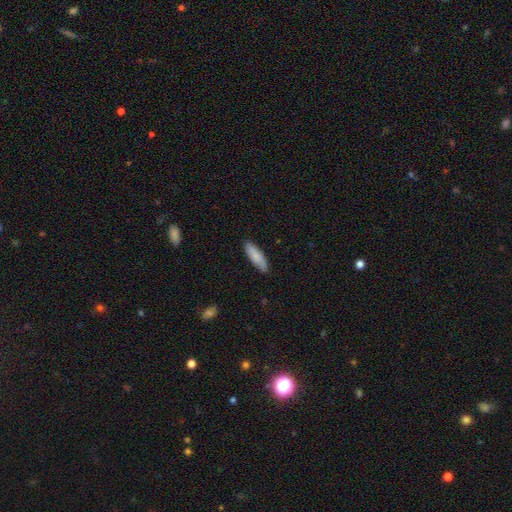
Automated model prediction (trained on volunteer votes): This appears to be a smooth galaxy with no disk features (83%) that is cigar-shaped (52%). Merging: none (83%).